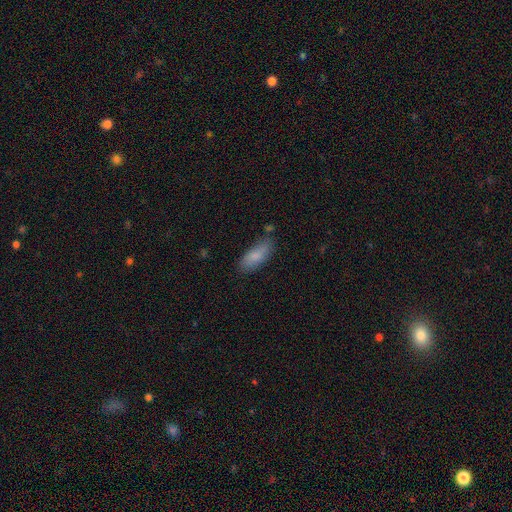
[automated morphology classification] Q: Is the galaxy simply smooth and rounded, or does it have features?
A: smooth — 82%.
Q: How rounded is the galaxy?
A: in between — 74%.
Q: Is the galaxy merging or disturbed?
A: none — 71%.